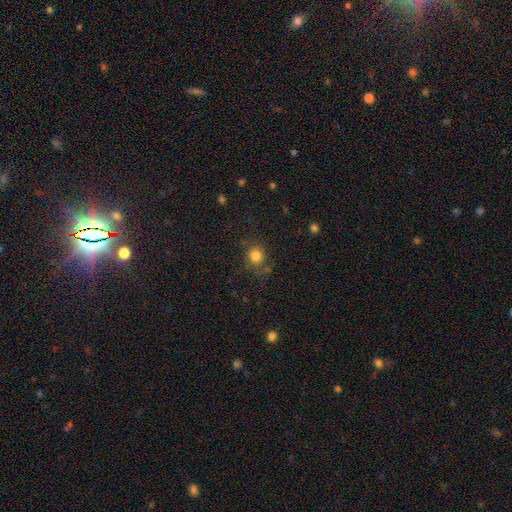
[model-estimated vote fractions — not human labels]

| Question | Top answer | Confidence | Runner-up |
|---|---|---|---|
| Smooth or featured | smooth | 82% | star or artifact (13%) |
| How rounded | round | 86% | in between (13%) |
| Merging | none | 79% | minor disturbance (12%) |